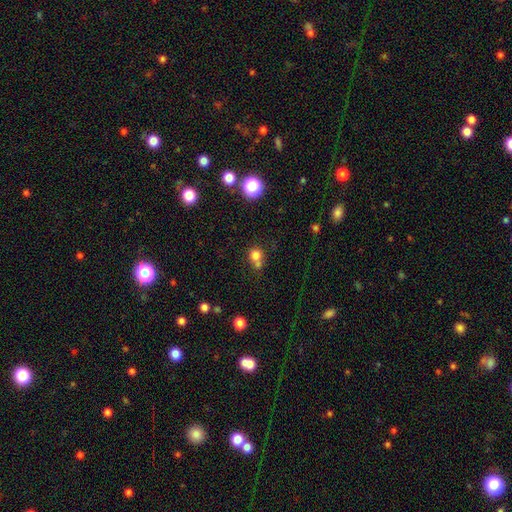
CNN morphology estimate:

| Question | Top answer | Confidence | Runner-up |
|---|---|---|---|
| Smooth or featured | smooth | 77% | star or artifact (14%) |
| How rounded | round | 83% | in between (16%) |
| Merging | none | 47% | merger (38%) |